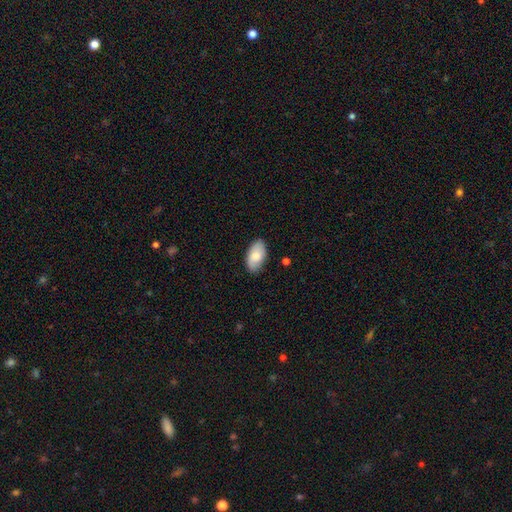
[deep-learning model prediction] Q: Smooth or featured?
A: smooth (80%); runner-up: featured or disk (14%)
Q: How rounded?
A: in between (95%); runner-up: round (3%)
Q: Merging?
A: none (84%); runner-up: minor disturbance (13%)